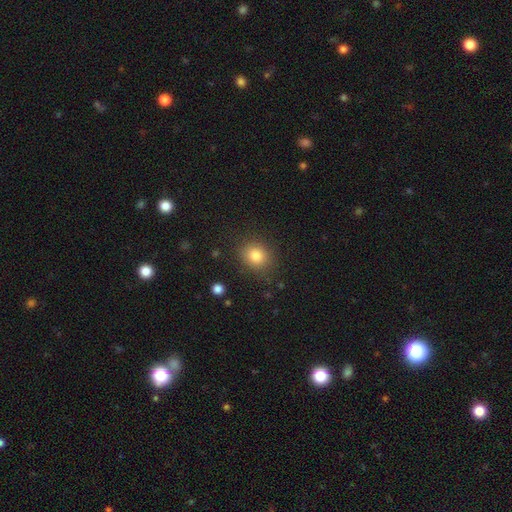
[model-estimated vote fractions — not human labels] Morphology: type=smooth (83%); roundness=round (71%); merging=none (84%).